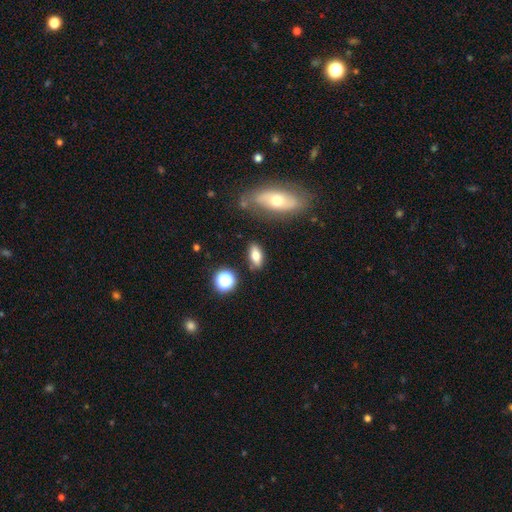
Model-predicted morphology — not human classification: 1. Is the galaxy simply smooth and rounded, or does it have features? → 71% smooth, 18% featured or disk, 11% star or artifact.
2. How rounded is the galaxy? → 79% in between, 14% cigar-shaped, 7% round.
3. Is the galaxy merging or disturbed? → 82% none, 11% minor disturbance, 4% merger, 3% major disturbance.